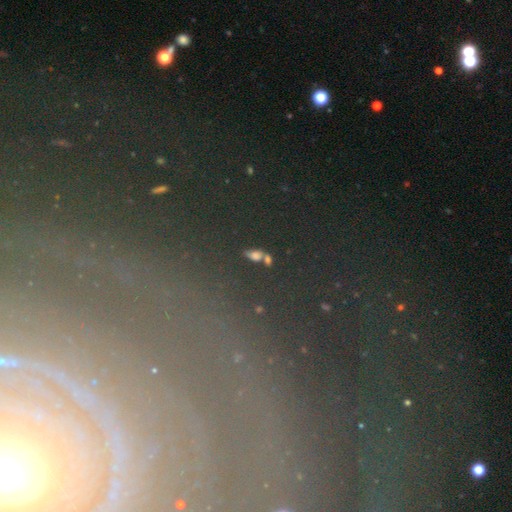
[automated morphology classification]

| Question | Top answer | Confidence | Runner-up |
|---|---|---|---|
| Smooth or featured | star or artifact | 45% | smooth (40%) |